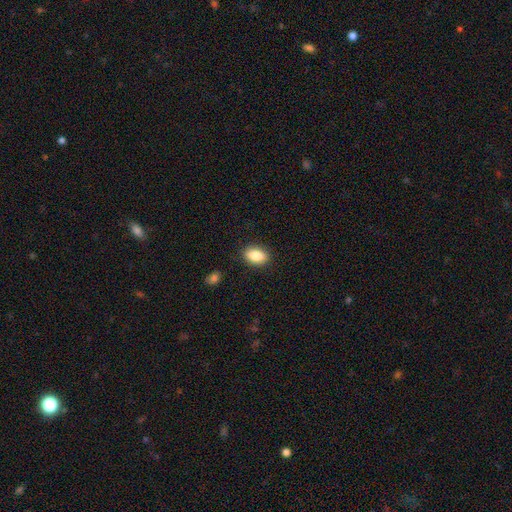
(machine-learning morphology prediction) This appears to be a smooth galaxy with no disk features (86%) that is in between round and cigar-shaped (88%). Merging: none (87%).